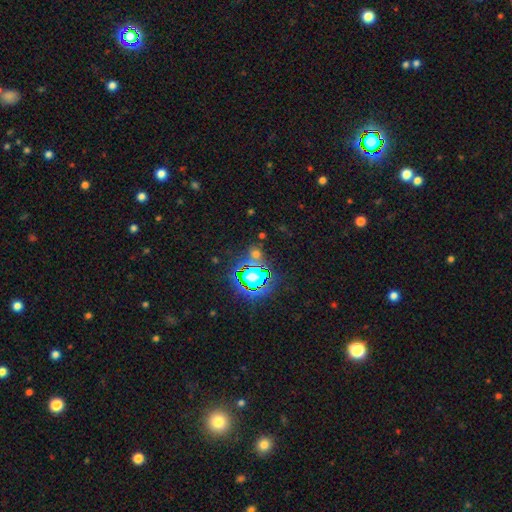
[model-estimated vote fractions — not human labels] smooth-or-featured: star or artifact: 72% | smooth: 19% | featured or disk: 9%